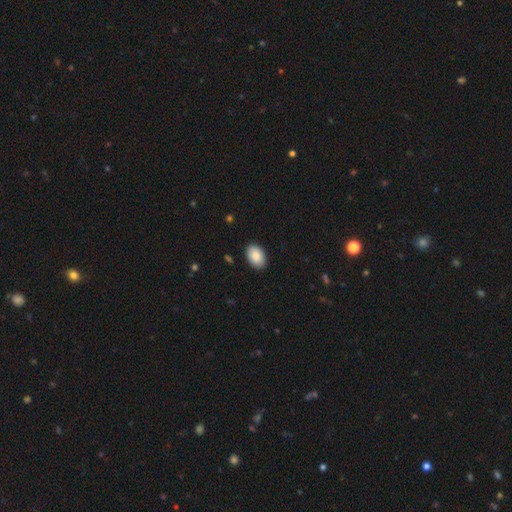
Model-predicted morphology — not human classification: This appears to be a smooth galaxy with no disk features (89%) that is in between round and cigar-shaped (89%). Merging: none (89%).